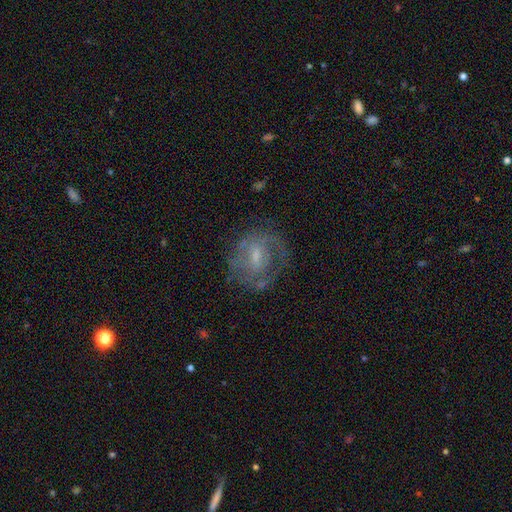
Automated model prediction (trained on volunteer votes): Smooth or featured? Predicted: featured or disk (p=0.64). Edge-on disk? Predicted: no (p=0.96). Bar? Predicted: weak (p=0.53). Spiral arms? Predicted: yes (p=0.66). Bulge size? Predicted: small (p=0.43). Merging? Predicted: none (p=0.60).